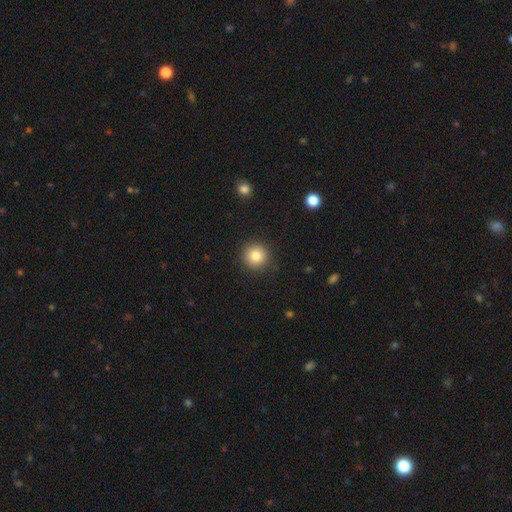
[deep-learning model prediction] Smooth or featured?
  - smooth: 82% *
  - star or artifact: 10%
  - featured or disk: 7%
How rounded?
  - round: 95% *
  - in between: 4%
  - cigar-shaped: 1%
Merging?
  - none: 90% *
  - minor disturbance: 7%
  - major disturbance: 2%
  - merger: 1%